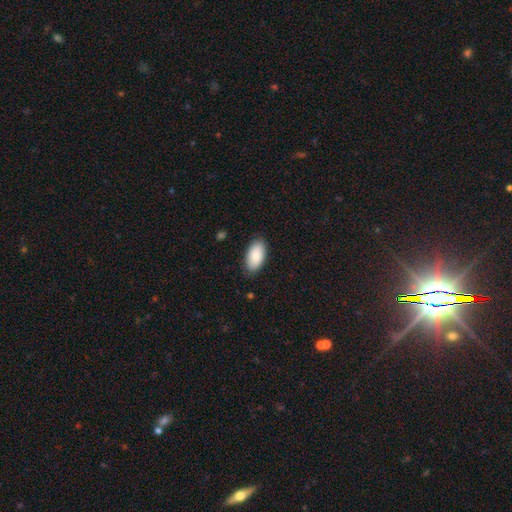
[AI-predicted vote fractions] A smooth galaxy with no disk features (83%) that is in between round and cigar-shaped (95%).

Vote fractions:
- Smooth or featured? smooth: 83% / featured or disk: 11% / star or artifact: 6%
- How rounded? in between: 95% / round: 3% / cigar-shaped: 2%
- Merging? none: 85% / minor disturbance: 12% / major disturbance: 2% / merger: 1%